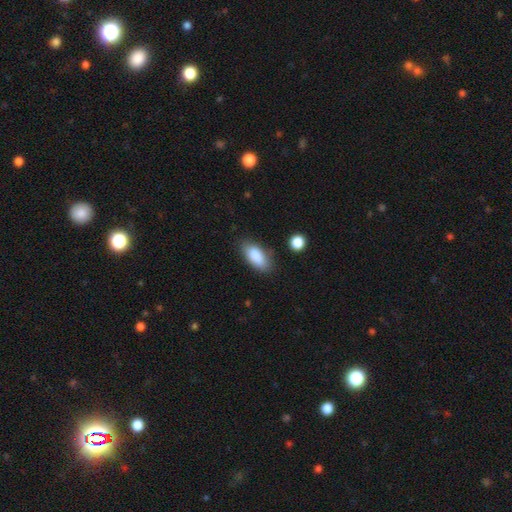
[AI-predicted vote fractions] Smooth or featured: smooth — 87% (star or artifact — 7%)
How rounded: in between — 88% (cigar-shaped — 9%)
Merging: none — 77% (minor disturbance — 16%)